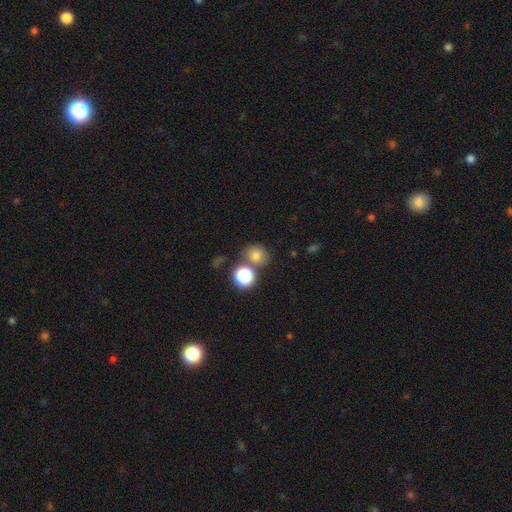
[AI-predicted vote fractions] Q: Smooth or featured?
A: smooth (75%); runner-up: star or artifact (17%)
Q: How rounded?
A: round (73%); runner-up: in between (27%)
Q: Merging?
A: none (64%); runner-up: merger (22%)